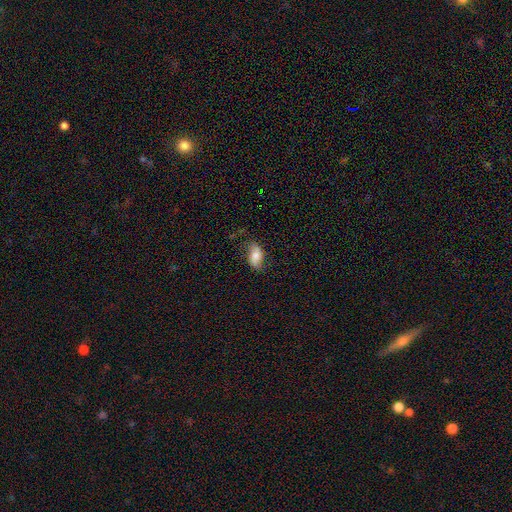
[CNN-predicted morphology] Smooth or featured? smooth (57%)
How rounded? in between (91%)
Merging? none (68%)